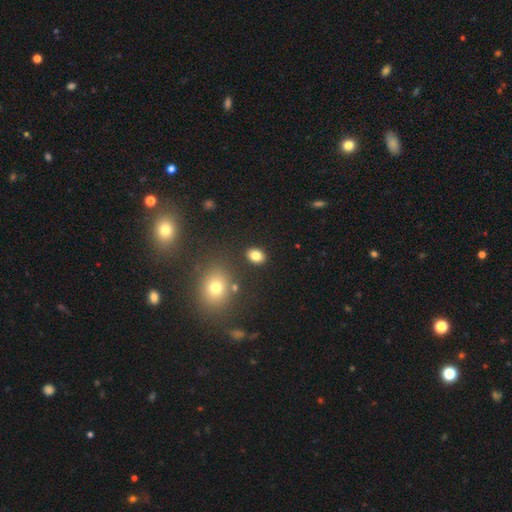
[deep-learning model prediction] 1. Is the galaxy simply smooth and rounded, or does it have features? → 82% smooth, 11% star or artifact, 7% featured or disk.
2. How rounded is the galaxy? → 68% in between, 31% round, 1% cigar-shaped.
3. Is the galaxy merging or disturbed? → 86% none, 8% minor disturbance, 4% merger, 3% major disturbance.